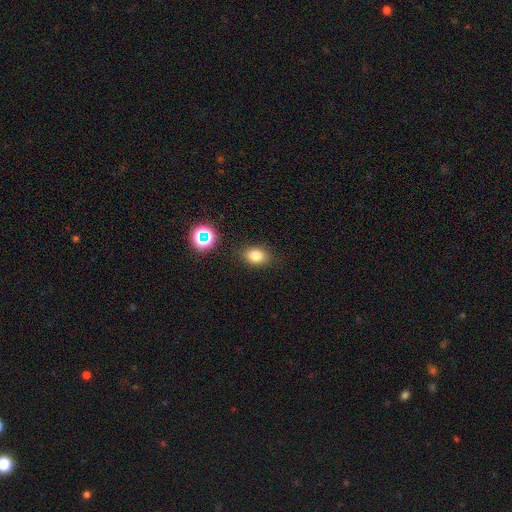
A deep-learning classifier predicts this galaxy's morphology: type=smooth (79%); roundness=in between (67%); merging=none (83%).